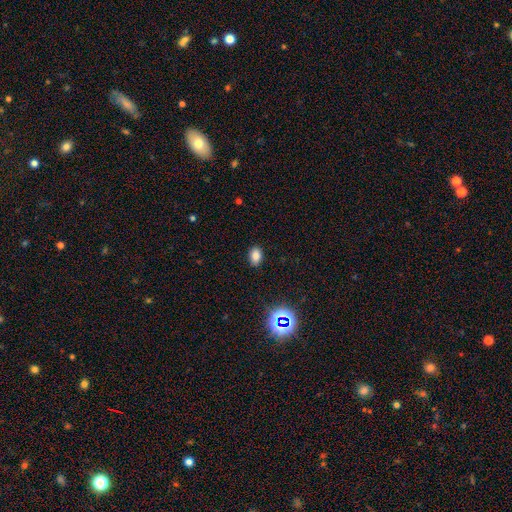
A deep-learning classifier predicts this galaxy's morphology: Smooth or featured? smooth (80%)
How rounded? in between (82%)
Merging? none (87%)